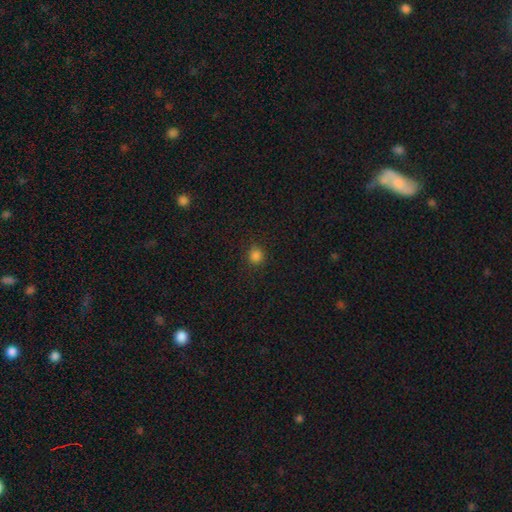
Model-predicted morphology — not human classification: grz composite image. It shows a smooth galaxy with no disk features (83%) that is round (87%). Merging: none (87%).